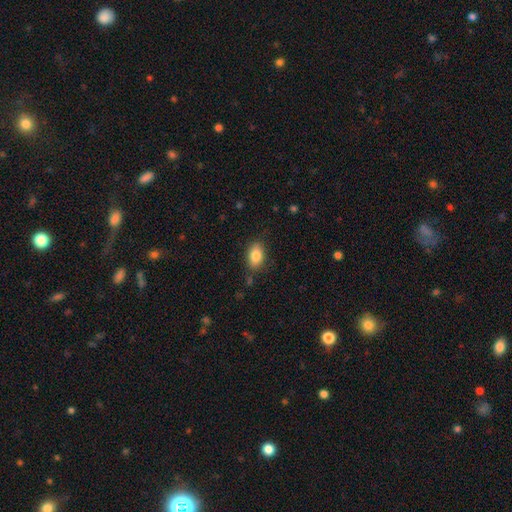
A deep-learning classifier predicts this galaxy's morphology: Q: Smooth or featured?
A: smooth (84%); runner-up: featured or disk (9%)
Q: How rounded?
A: in between (89%); runner-up: round (9%)
Q: Merging?
A: none (82%); runner-up: minor disturbance (13%)